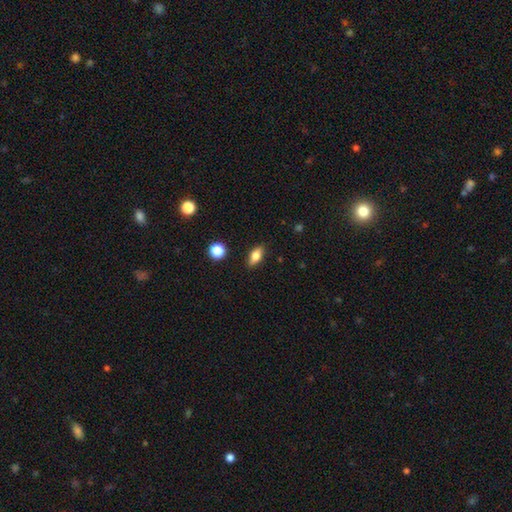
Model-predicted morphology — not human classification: A smooth galaxy with no disk features (73%) that is in between round and cigar-shaped (81%).

Vote fractions:
- Smooth or featured? smooth: 73% / featured or disk: 18% / star or artifact: 9%
- How rounded? in between: 81% / cigar-shaped: 12% / round: 7%
- Merging? none: 87% / minor disturbance: 10% / major disturbance: 2% / merger: 2%